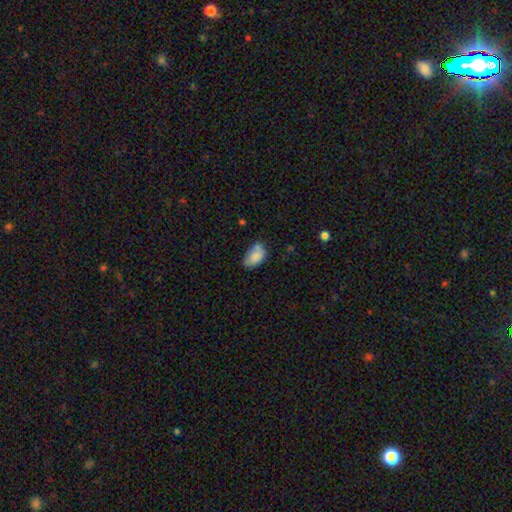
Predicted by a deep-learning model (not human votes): Morphology: type=smooth (82%); roundness=in between (91%); merging=none (53%).